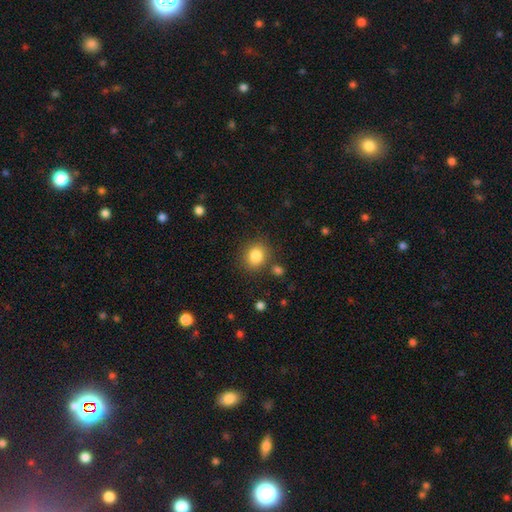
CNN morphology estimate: smooth 84%, star or artifact 10%, featured or disk 6%. Down the decision tree: how rounded — round (70%); merging — none (82%).